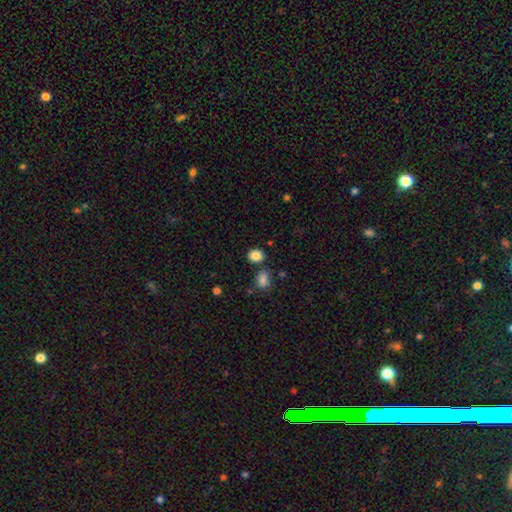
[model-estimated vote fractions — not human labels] The model was most divided on "how rounded": round: 62%, in between: 37%, cigar-shaped: 1%. More confident: smooth or featured — smooth (86%); merging — none (79%).